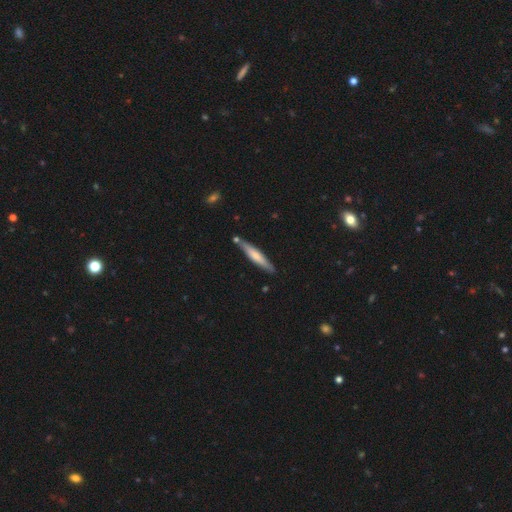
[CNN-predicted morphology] This is possibly a smooth galaxy (58%). How rounded: clearly cigar-shaped (91%). Merging: clearly none (80%).